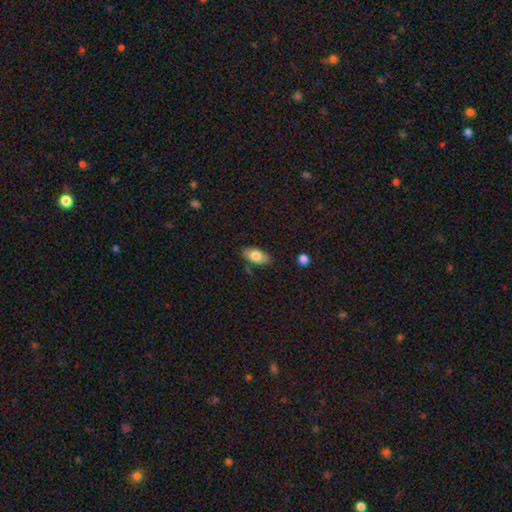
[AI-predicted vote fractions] smooth 78%, featured or disk 16%, star or artifact 7%. Down the decision tree: how rounded — in between (90%); merging — none (80%).